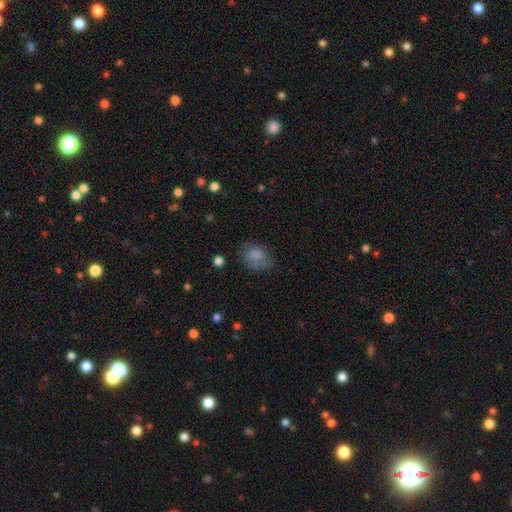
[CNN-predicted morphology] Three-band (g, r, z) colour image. It shows a smooth galaxy with no disk features (78%) that is in between round and cigar-shaped (57%). Merging: none (62%).